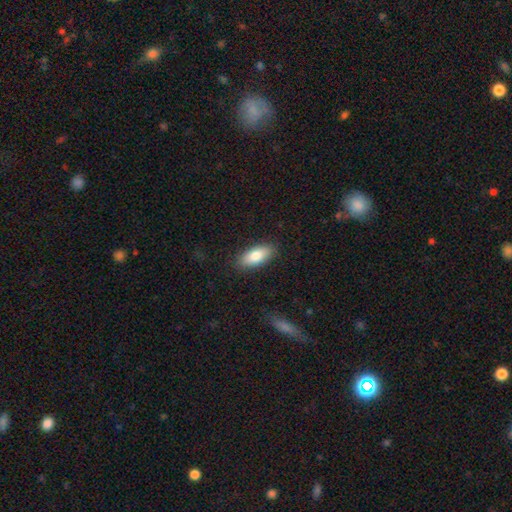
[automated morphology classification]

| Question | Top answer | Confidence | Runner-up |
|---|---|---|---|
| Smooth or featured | smooth | 82% | featured or disk (12%) |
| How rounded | in between | 85% | cigar-shaped (12%) |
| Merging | none | 86% | minor disturbance (10%) |